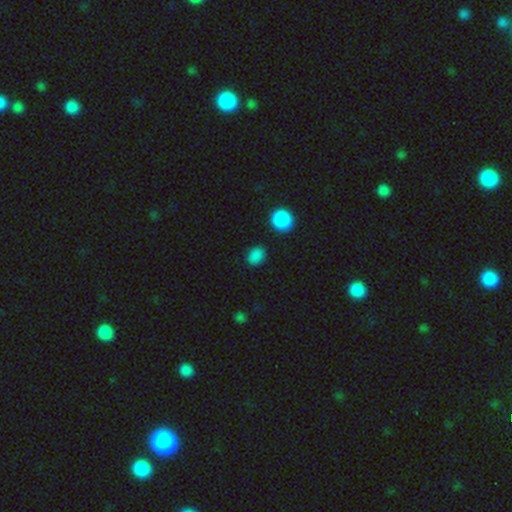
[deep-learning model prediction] Smooth or featured? smooth (86%)
How rounded? in between (50%)
Merging? none (87%)